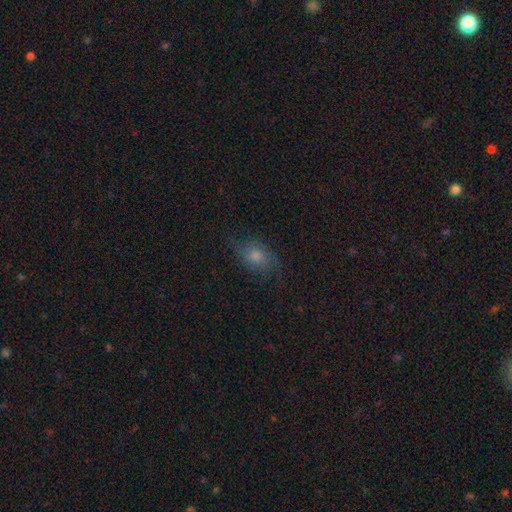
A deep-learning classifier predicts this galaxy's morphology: smooth 50%, featured or disk 33%, star or artifact 17%. Down the decision tree: merging — none (69%).